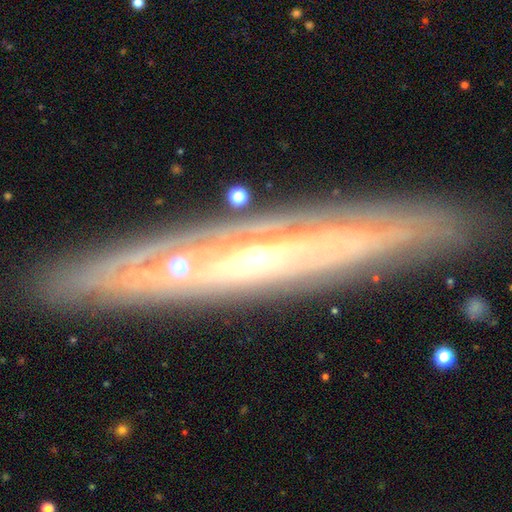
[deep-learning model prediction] Smooth or featured?
  - featured or disk: 76% *
  - smooth: 15%
  - star or artifact: 9%
Edge-on disk?
  - yes: 74% *
  - no: 26%
Edge-on bulge?
  - none: 49% *
  - rounded: 48%
  - boxy: 3%
Merging?
  - none: 86% *
  - minor disturbance: 10%
  - major disturbance: 2%
  - merger: 2%